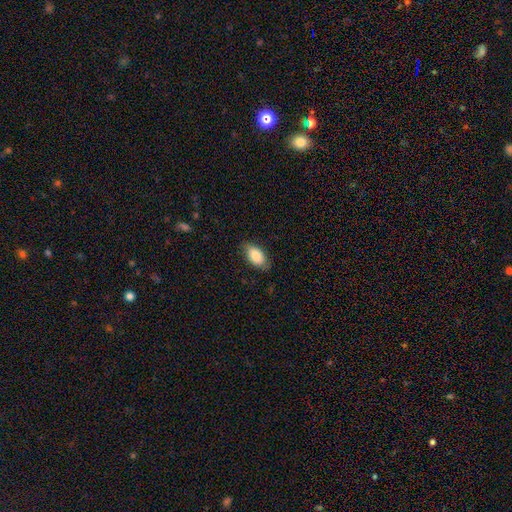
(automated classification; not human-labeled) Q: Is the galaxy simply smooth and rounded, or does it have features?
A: smooth — 85%.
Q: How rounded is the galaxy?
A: in between — 93%.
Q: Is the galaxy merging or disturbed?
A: none — 80%.